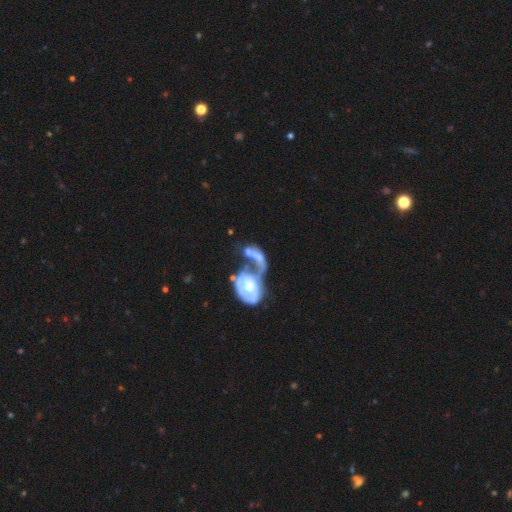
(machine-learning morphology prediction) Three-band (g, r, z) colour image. It shows a featured or disk galaxy (61%) with no bar (77%), no spiral arms (60%) and a moderate central bulge (63%). Merging: merger (65%).